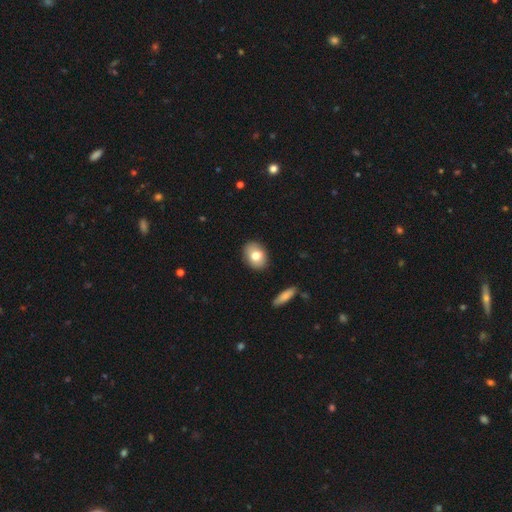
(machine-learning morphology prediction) Q: Smooth or featured?
A: smooth (78%); runner-up: featured or disk (15%)
Q: How rounded?
A: in between (67%); runner-up: round (32%)
Q: Merging?
A: none (88%); runner-up: minor disturbance (9%)